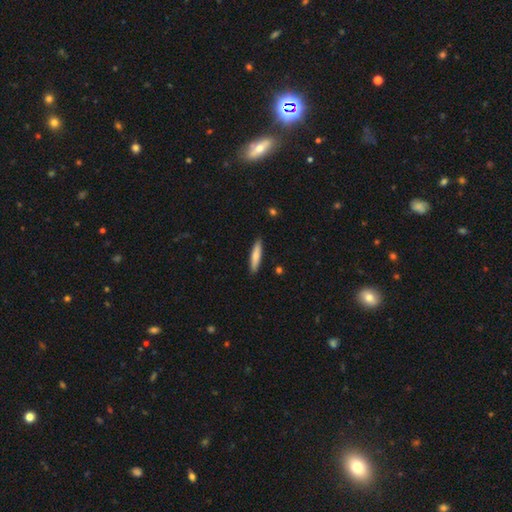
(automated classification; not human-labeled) Smooth or featured? smooth (73%)
How rounded? cigar-shaped (86%)
Merging? none (90%)